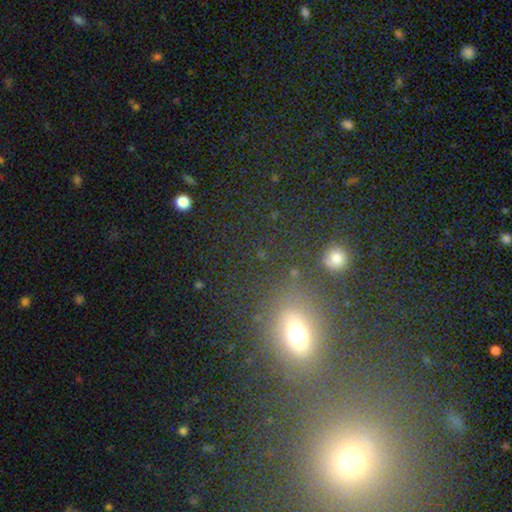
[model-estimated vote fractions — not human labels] The model was most divided on "smooth or featured": smooth: 52%, star or artifact: 36%, featured or disk: 12%. More confident: merging — none (67%); how rounded — in between (62%).